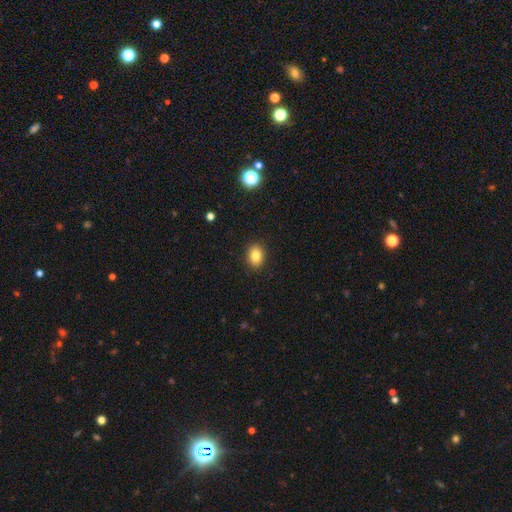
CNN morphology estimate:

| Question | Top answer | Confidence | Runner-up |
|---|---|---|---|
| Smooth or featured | smooth | 83% | star or artifact (10%) |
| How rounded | in between | 65% | round (34%) |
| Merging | none | 89% | minor disturbance (8%) |